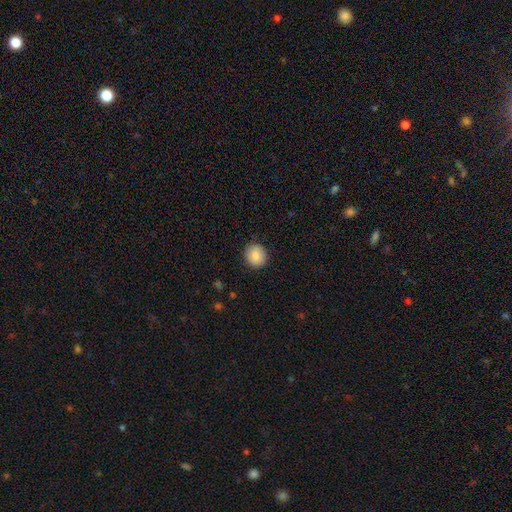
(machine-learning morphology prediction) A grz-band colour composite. It shows a smooth galaxy with no disk features (84%) that is round (87%). Merging: none (90%).